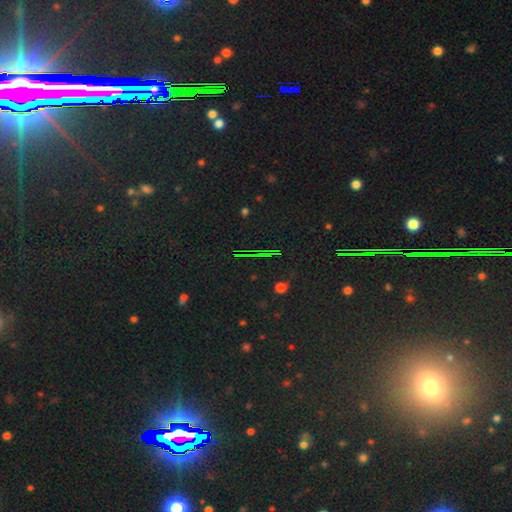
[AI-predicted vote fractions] Morphology: type=star or artifact (75%).